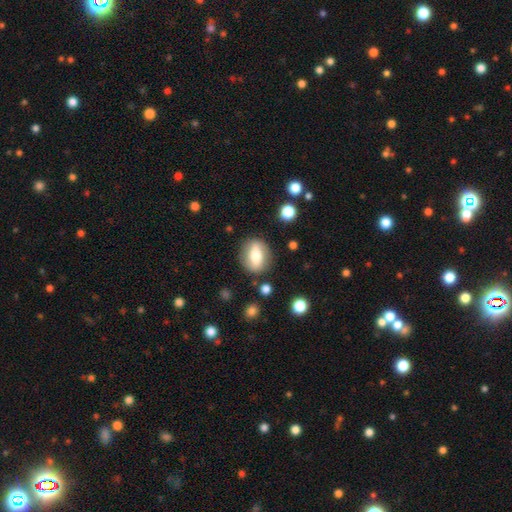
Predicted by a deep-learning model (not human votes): smooth_or_featured: smooth (p=0.57) [alt: featured or disk p=0.36]
how_rounded: in between (p=0.54) [alt: round p=0.43]
merging: none (p=0.82) [alt: minor disturbance p=0.12]